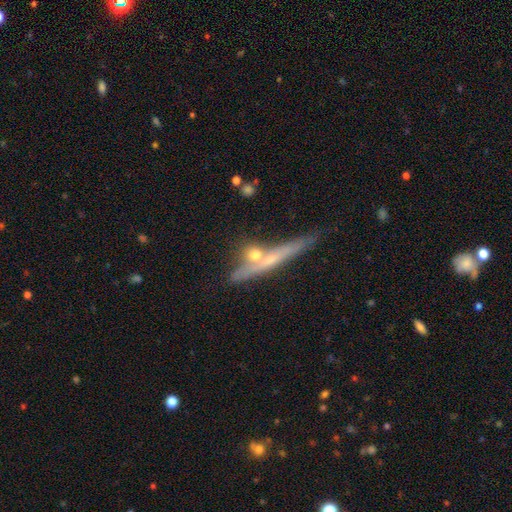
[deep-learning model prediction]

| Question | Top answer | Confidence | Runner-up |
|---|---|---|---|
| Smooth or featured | smooth | 47% | featured or disk (43%) |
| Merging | none | 53% | merger (30%) |